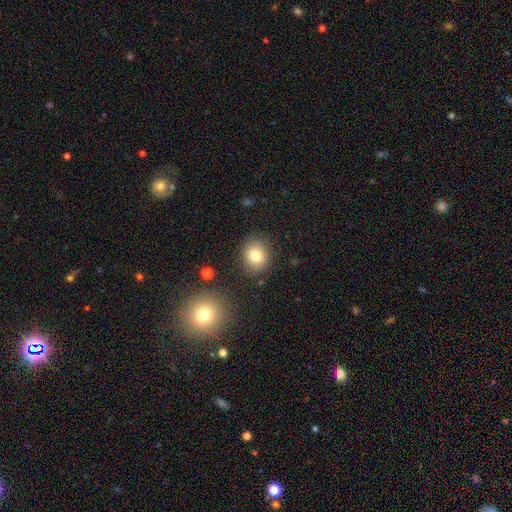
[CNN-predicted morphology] A smooth galaxy with no disk features (78%) that is round (63%). Merging: none (84%).